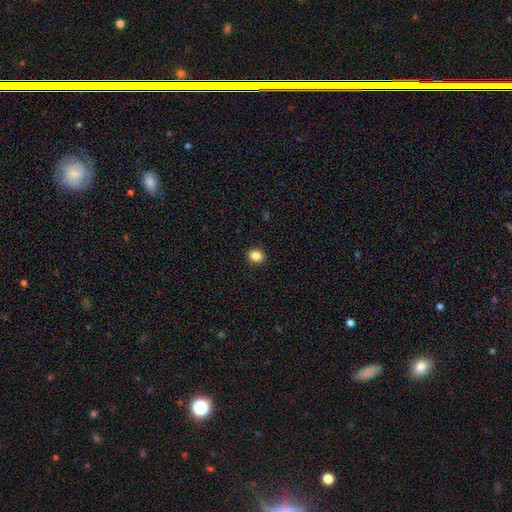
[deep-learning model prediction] This appears to be a smooth galaxy with no disk features (86%) that is in between round and cigar-shaped (54%). Merging: none (90%).